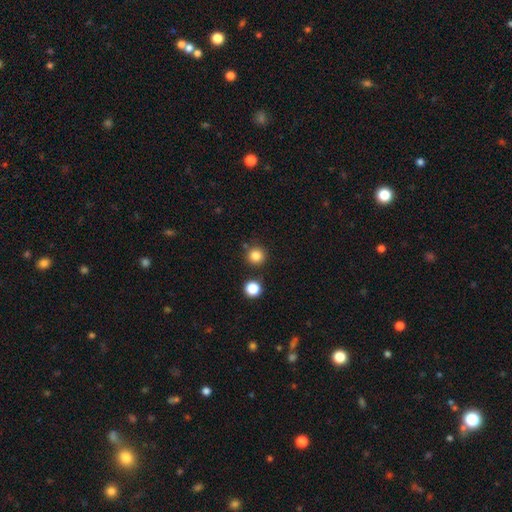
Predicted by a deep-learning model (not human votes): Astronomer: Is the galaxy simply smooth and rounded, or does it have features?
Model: smooth — 83%.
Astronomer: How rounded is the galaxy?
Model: round — 95%.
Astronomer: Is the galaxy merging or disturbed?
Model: none — 86%.